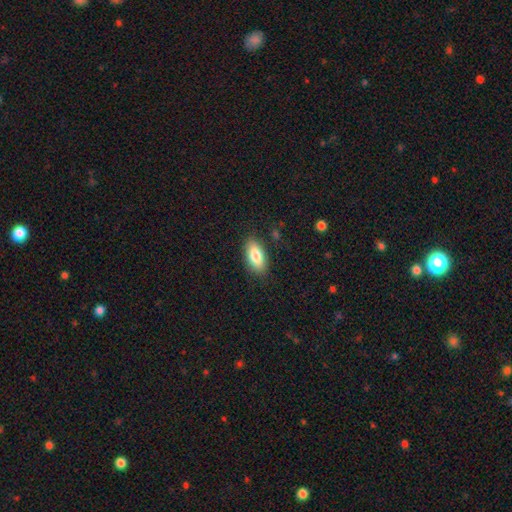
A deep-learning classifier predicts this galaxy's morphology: A smooth galaxy with no disk features (82%) that is in between round and cigar-shaped (88%). Merging: none (85%).